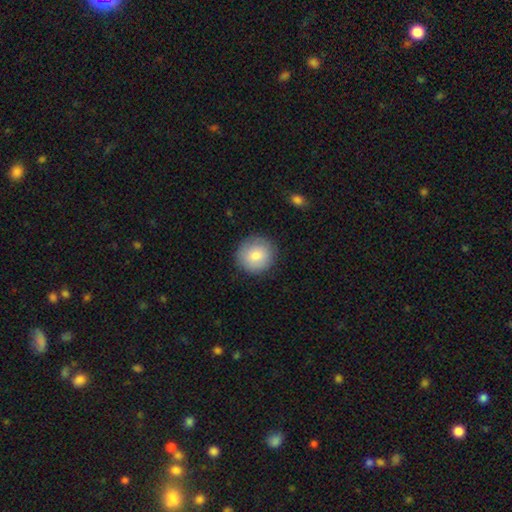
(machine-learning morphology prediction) Smooth or featured: smooth — 82% (featured or disk — 11%)
How rounded: round — 92% (in between — 7%)
Merging: none — 88% (minor disturbance — 9%)